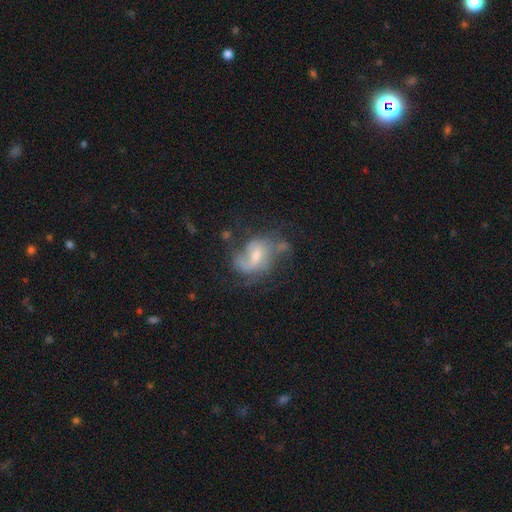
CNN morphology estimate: smooth-or-featured: featured or disk: 74% | smooth: 18% | star or artifact: 8%
  disk-edge-on: no: 97% | yes: 3%
    bar: weak: 56% | no: 28% | strong: 15%
    has-spiral-arms: yes: 85% | no: 15%
      spiral-winding: loose: 42% | medium: 41% | tight: 17%
      spiral-arm-count: 2: 53% | 1: 22% | can't tell: 17% | 3: 5% | 4: 2% | more than 4: 2%
    bulge-size: moderate: 46% | small: 40% | none: 8% | large: 5% | dominant: 1%
  merging: none: 42% | major disturbance: 27% | minor disturbance: 24% | merger: 7%